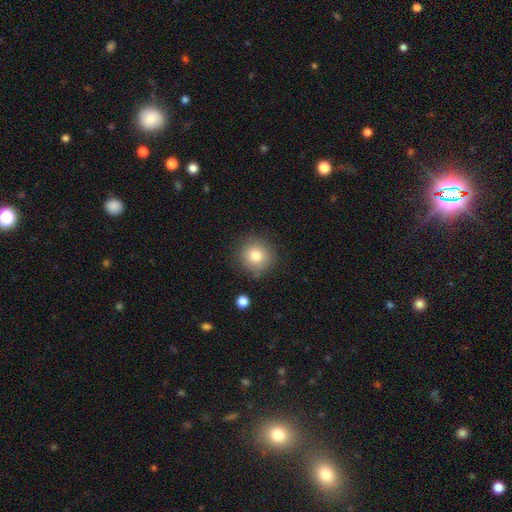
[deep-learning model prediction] Q: Smooth or featured?
A: smooth (80%); runner-up: star or artifact (10%)
Q: How rounded?
A: round (93%); runner-up: in between (6%)
Q: Merging?
A: none (84%); runner-up: minor disturbance (10%)